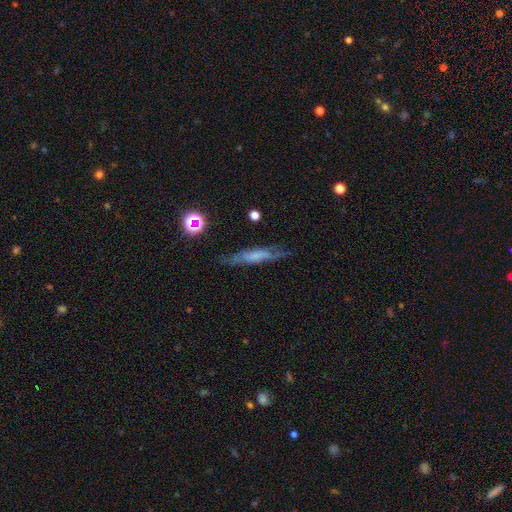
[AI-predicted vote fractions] Smooth or featured? Predicted: featured or disk (p=0.48). Merging? Predicted: none (p=0.70).